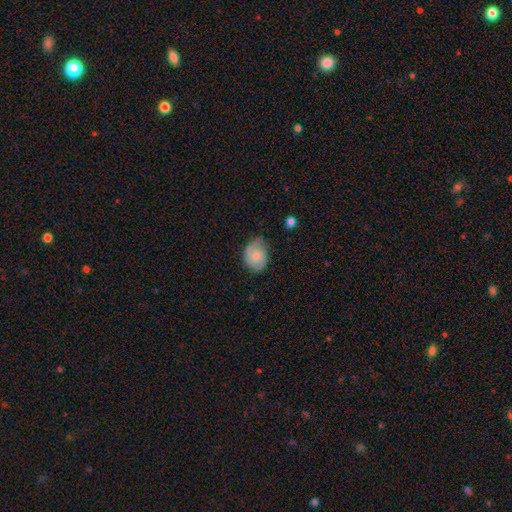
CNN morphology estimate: This is possibly a featured or disk galaxy (50%). Merging: possibly none (54%).